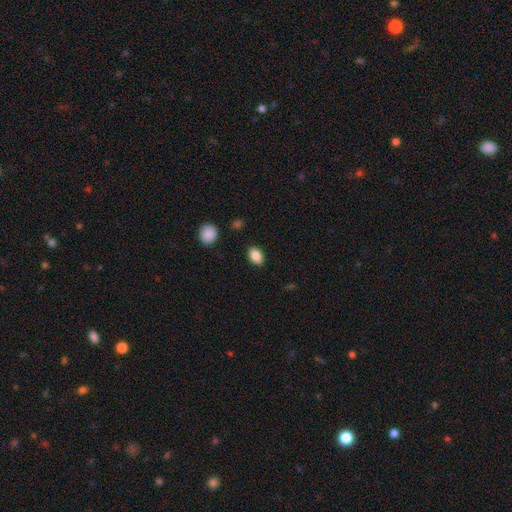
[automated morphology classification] The model was most divided on "how rounded": in between: 85%, round: 13%, cigar-shaped: 2%. More confident: merging — none (87%); smooth or featured — smooth (86%).